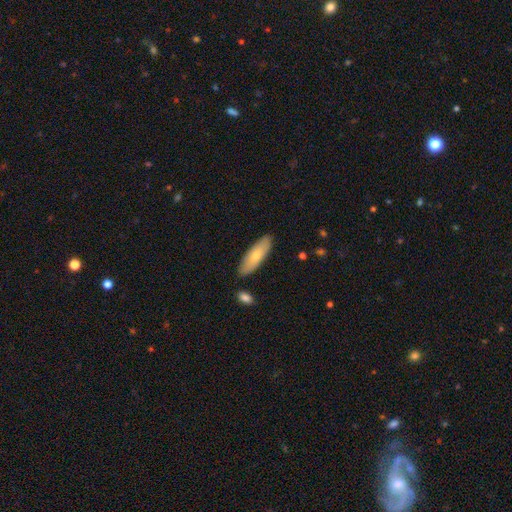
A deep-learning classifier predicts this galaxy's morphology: Q: Smooth or featured?
A: smooth (72%); runner-up: featured or disk (23%)
Q: How rounded?
A: in between (55%); runner-up: cigar-shaped (43%)
Q: Merging?
A: none (84%); runner-up: minor disturbance (11%)